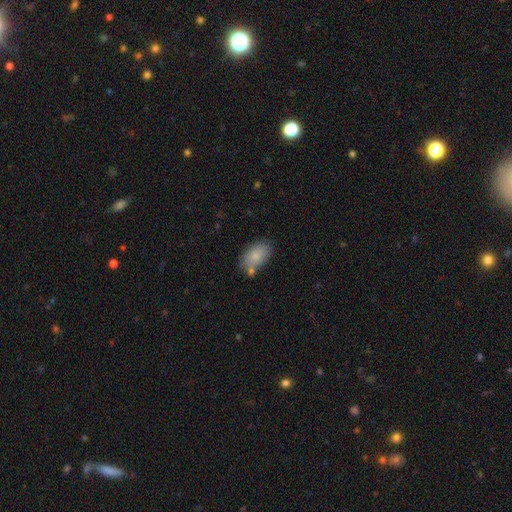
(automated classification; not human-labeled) smooth-or-featured: smooth: 82% | featured or disk: 11% | star or artifact: 7%
  how-rounded: in between: 92% | round: 7% | cigar-shaped: 2%
  merging: none: 66% | minor disturbance: 18% | merger: 12% | major disturbance: 4%